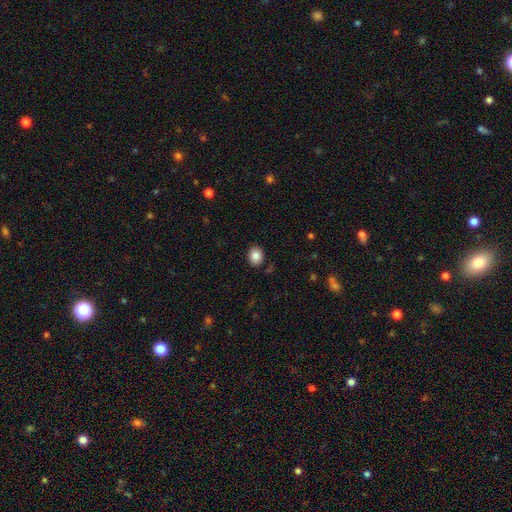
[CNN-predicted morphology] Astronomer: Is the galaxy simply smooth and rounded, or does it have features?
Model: smooth — 86%.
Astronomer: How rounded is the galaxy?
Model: round — 56% (runner-up: in between, 44%).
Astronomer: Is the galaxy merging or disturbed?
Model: none — 89%.